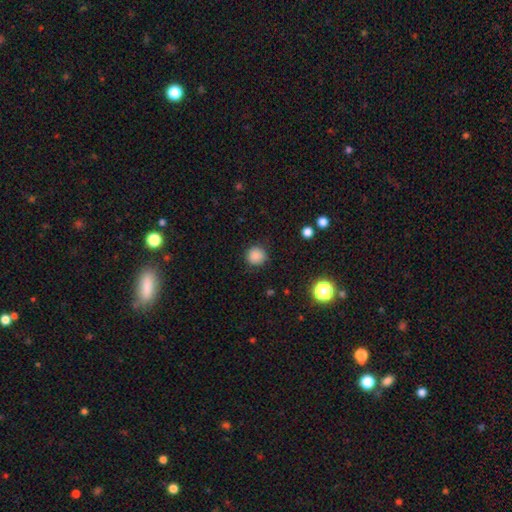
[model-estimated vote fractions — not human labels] A smooth galaxy with no disk features (85%) that is round (93%).

Vote fractions:
- Smooth or featured? smooth: 85% / star or artifact: 12% / featured or disk: 3%
- How rounded? round: 93% / in between: 6% / cigar-shaped: 1%
- Merging? none: 87% / minor disturbance: 9% / major disturbance: 3% / merger: 1%